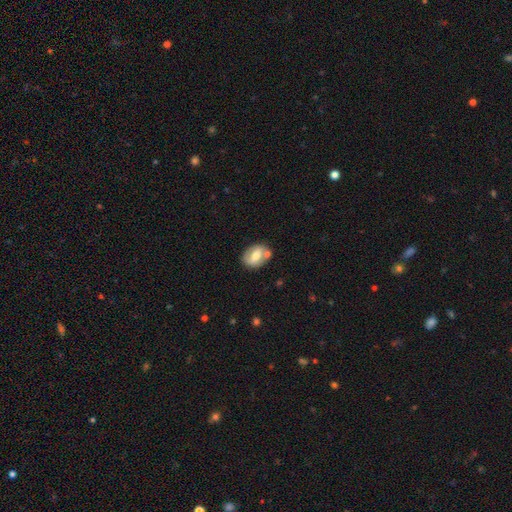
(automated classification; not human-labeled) The model was most divided on "smooth or featured": smooth: 50%, featured or disk: 43%, star or artifact: 7%. More confident: merging — none (65%).